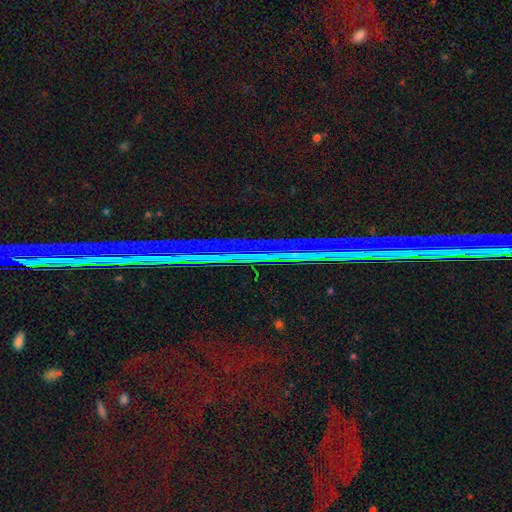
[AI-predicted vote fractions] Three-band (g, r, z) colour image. It shows a star or artifact, not a galaxy (80%).